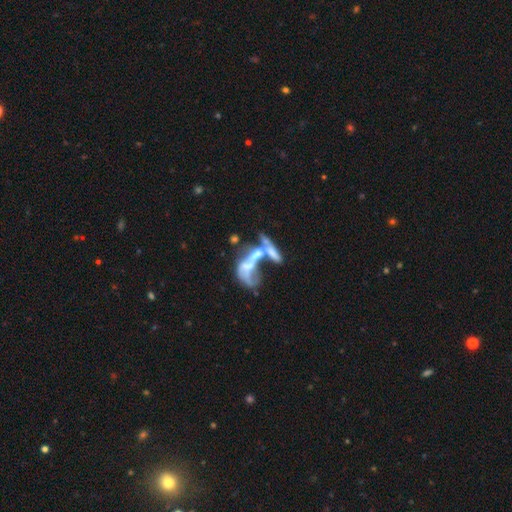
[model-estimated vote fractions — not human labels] Smooth or featured?
  - featured or disk: 63% *
  - smooth: 23%
  - star or artifact: 14%
Edge-on disk?
  - no: 91% *
  - yes: 9%
Bar?
  - no: 77% *
  - weak: 14%
  - strong: 9%
Spiral arms?
  - no: 76% *
  - yes: 24%
Bulge size?
  - none: 52% *
  - small: 23%
  - moderate: 19%
  - large: 4%
  - dominant: 2%
Merging?
  - merger: 64% *
  - major disturbance: 21%
  - none: 10%
  - minor disturbance: 6%